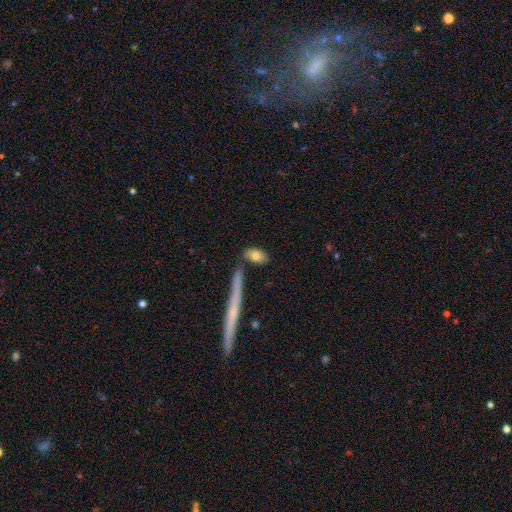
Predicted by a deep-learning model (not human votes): smooth-or-featured: smooth: 76% | featured or disk: 17% | star or artifact: 7%
  how-rounded: in between: 80% | cigar-shaped: 13% | round: 7%
  merging: none: 65% | minor disturbance: 15% | merger: 15% | major disturbance: 5%